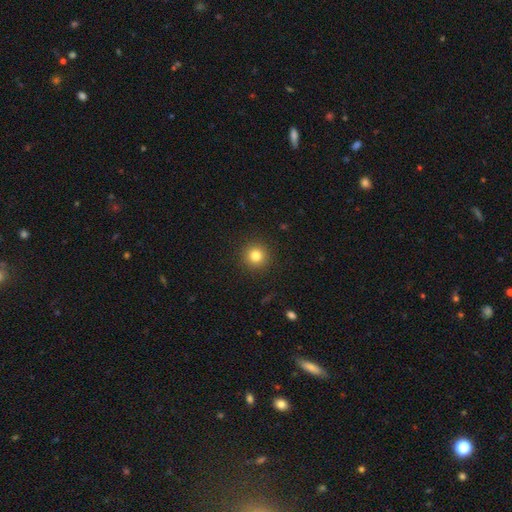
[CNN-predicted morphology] This appears to be a smooth galaxy with no disk features (81%) that is round (95%). Merging: none (91%).